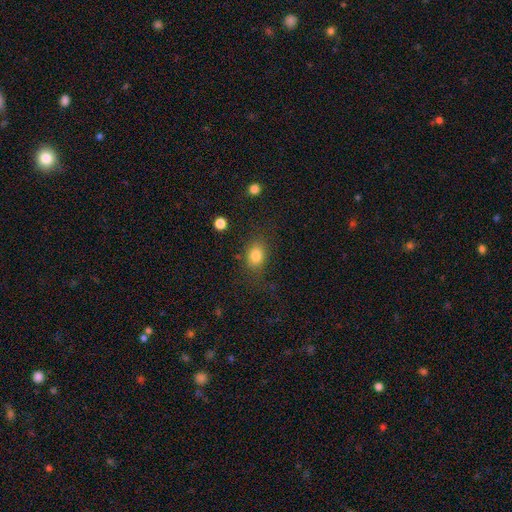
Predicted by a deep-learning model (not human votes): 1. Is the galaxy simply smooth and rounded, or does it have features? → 81% smooth, 11% star or artifact, 8% featured or disk.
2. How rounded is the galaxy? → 58% in between, 40% round, 1% cigar-shaped.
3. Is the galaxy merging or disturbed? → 75% none, 15% minor disturbance, 7% major disturbance, 2% merger.